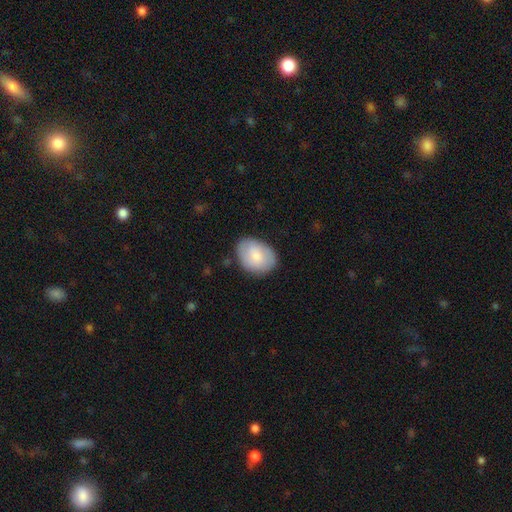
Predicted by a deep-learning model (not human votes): smooth-or-featured: smooth: 75% | featured or disk: 19% | star or artifact: 6%
  how-rounded: in between: 73% | round: 26% | cigar-shaped: 1%
  merging: none: 80% | minor disturbance: 15% | major disturbance: 4% | merger: 1%